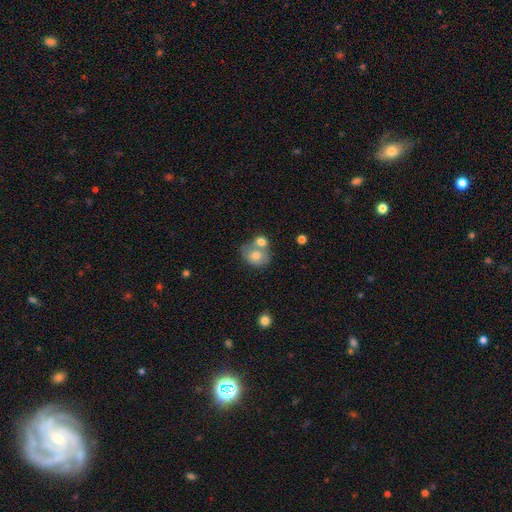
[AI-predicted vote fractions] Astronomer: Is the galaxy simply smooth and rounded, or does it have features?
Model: smooth — 73%.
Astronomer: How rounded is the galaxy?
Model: round — 59% (runner-up: in between, 40%).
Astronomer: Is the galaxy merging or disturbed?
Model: merger — 55% (runner-up: none, 31%).